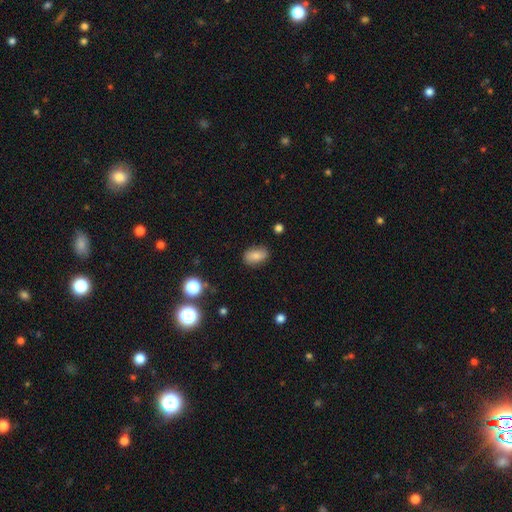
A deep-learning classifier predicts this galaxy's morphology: This appears to be a smooth galaxy with no disk features (78%) that is in between round and cigar-shaped (88%). Merging: none (82%).